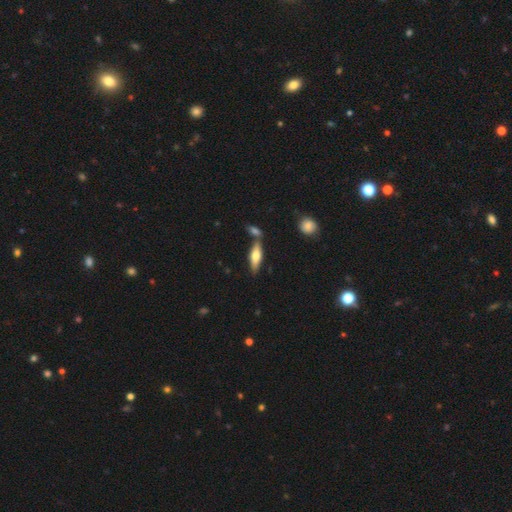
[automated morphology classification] Smooth or featured: smooth — 57% (featured or disk — 37%)
How rounded: in between — 51% (cigar-shaped — 47%)
Merging: none — 68% (merger — 17%)